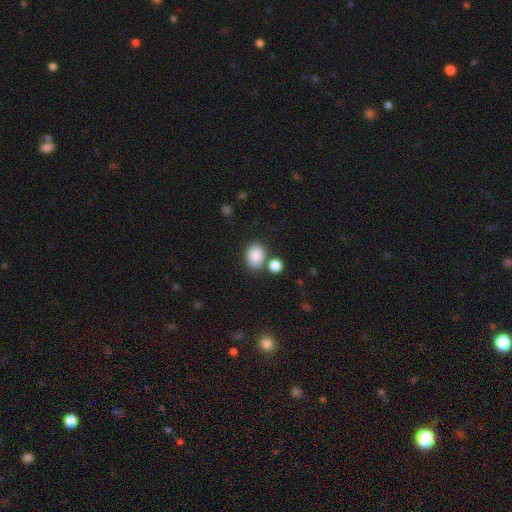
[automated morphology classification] smooth-or-featured: smooth: 87% | star or artifact: 9% | featured or disk: 5%
  how-rounded: in between: 56% | round: 43% | cigar-shaped: 1%
  merging: none: 68% | merger: 16% | minor disturbance: 12% | major disturbance: 4%